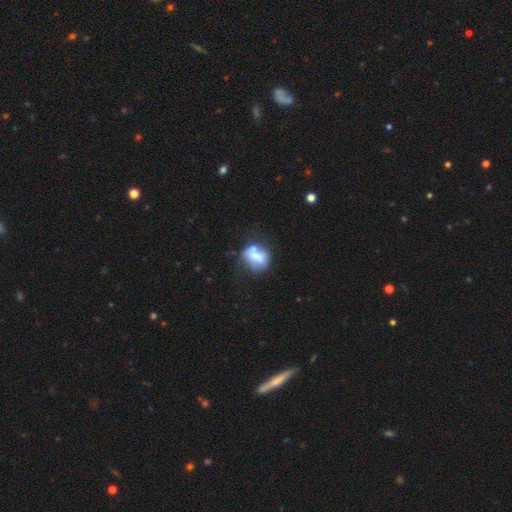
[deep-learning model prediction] Smooth or featured? Predicted: smooth (p=0.58). How rounded? Predicted: in between (p=0.51). Merging? Predicted: none (p=0.35).